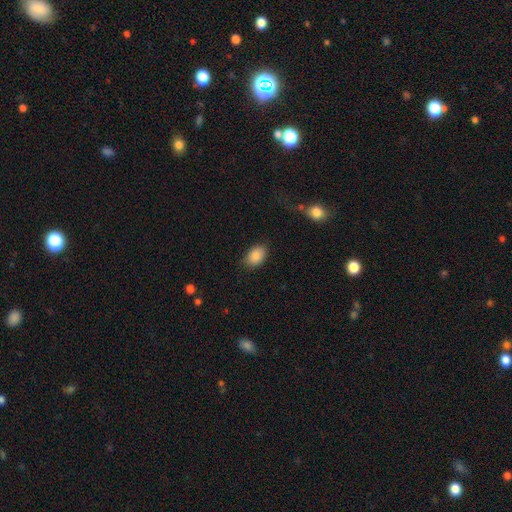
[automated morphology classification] Overall: smooth (88%). How rounded: in between (83%). Merging: none (79%).